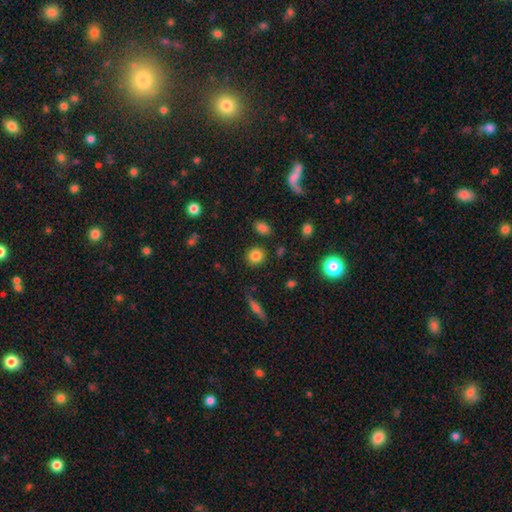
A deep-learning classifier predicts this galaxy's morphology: smooth 84%, star or artifact 10%, featured or disk 6%. Down the decision tree: how rounded — round (83%); merging — none (87%).